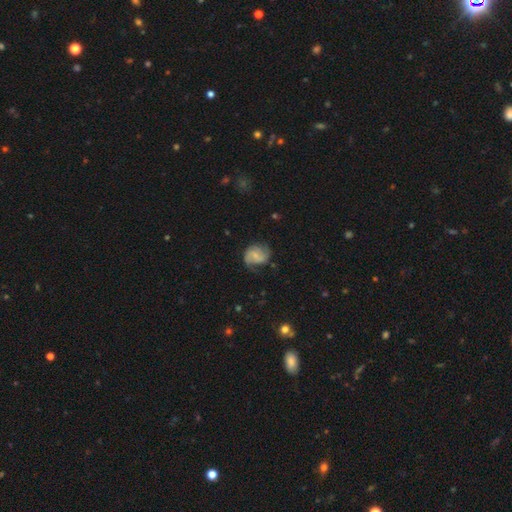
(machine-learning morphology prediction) featured or disk 64%, smooth 28%, star or artifact 8%. Down the decision tree: edge-on disk — no (98%); bar — weak (47%); spiral arms — yes (91%); spiral arm count — 2 (70%); spiral winding — medium (45%); bulge size — small (47%); merging — none (58%).